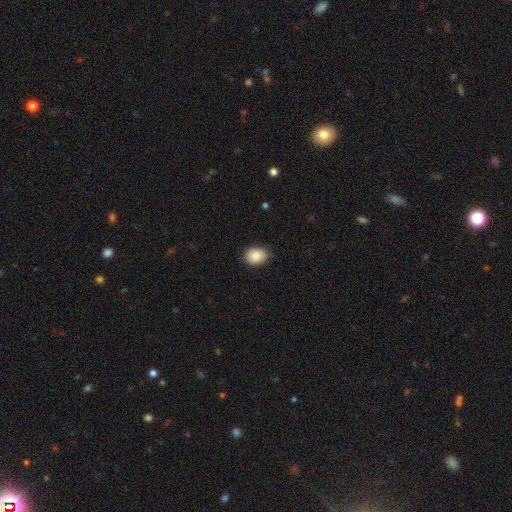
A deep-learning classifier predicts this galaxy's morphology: Q: Smooth or featured?
A: smooth (86%); runner-up: star or artifact (8%)
Q: How rounded?
A: in between (60%); runner-up: round (40%)
Q: Merging?
A: none (84%); runner-up: minor disturbance (13%)